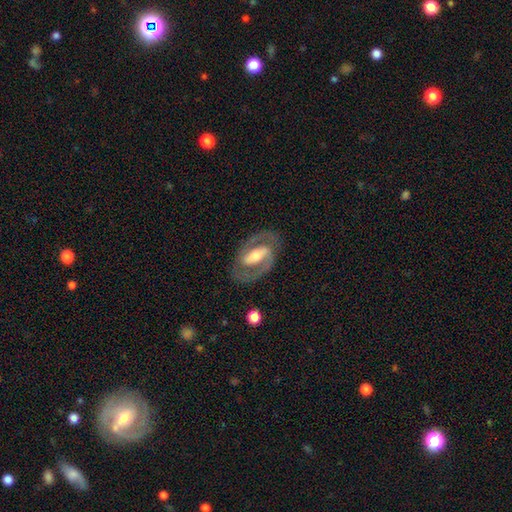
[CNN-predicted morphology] This appears to be a featured or disk galaxy (84%) with a strong bar (58%), 2 (89%) medium (52%) spiral arms (88%) and a moderate central bulge (60%). Merging: none (81%).